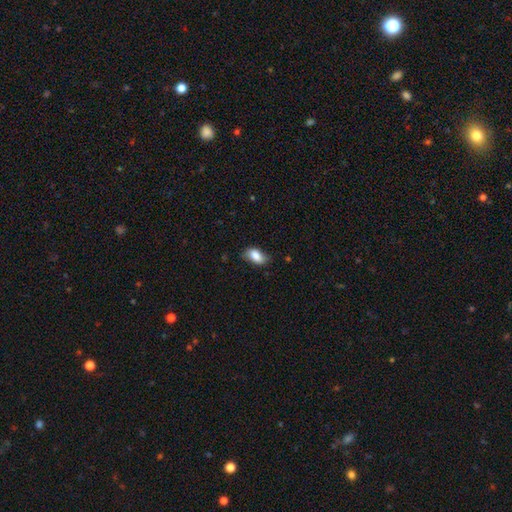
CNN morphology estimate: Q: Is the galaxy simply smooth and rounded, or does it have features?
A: smooth — 83%.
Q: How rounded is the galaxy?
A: in between — 90%.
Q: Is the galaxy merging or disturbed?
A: none — 69%.